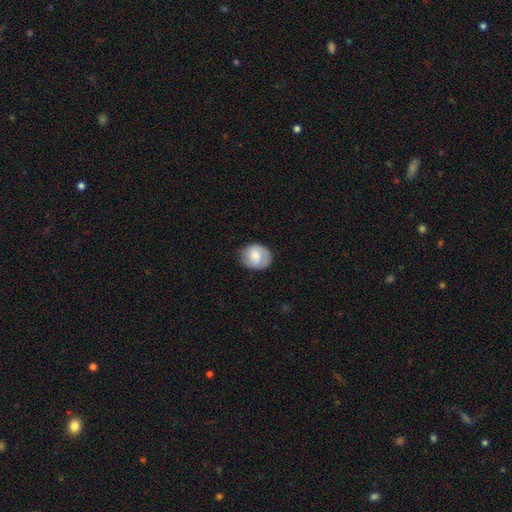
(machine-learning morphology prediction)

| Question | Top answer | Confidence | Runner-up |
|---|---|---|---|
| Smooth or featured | smooth | 73% | featured or disk (20%) |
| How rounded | round | 69% | in between (30%) |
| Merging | none | 78% | minor disturbance (17%) |